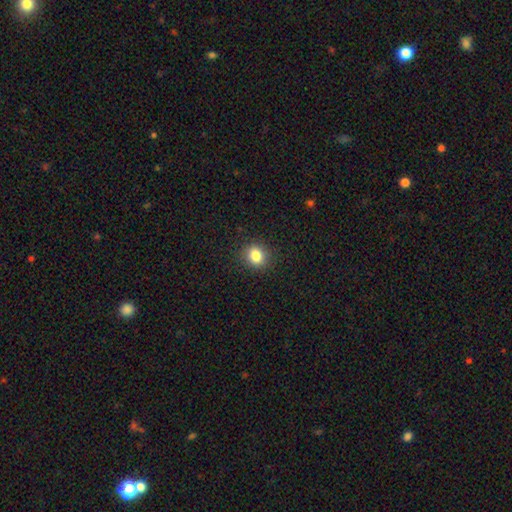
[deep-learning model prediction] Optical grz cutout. It shows a smooth galaxy with no disk features (83%) that is round (72%). Merging: none (90%).